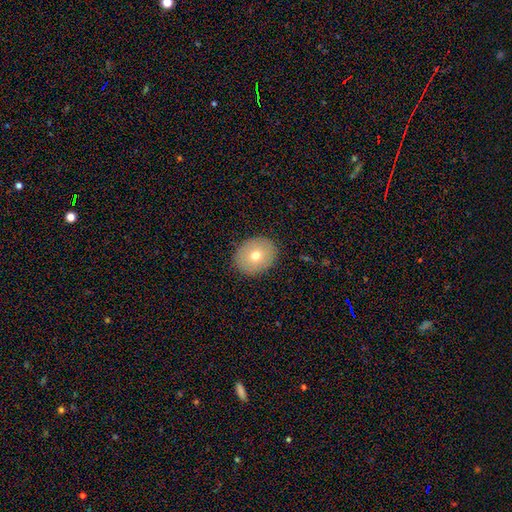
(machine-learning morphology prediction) Smooth or featured?
  - smooth: 69% *
  - featured or disk: 22%
  - star or artifact: 10%
How rounded?
  - round: 62% *
  - in between: 37%
  - cigar-shaped: 1%
Merging?
  - none: 89% *
  - minor disturbance: 8%
  - major disturbance: 2%
  - merger: 1%